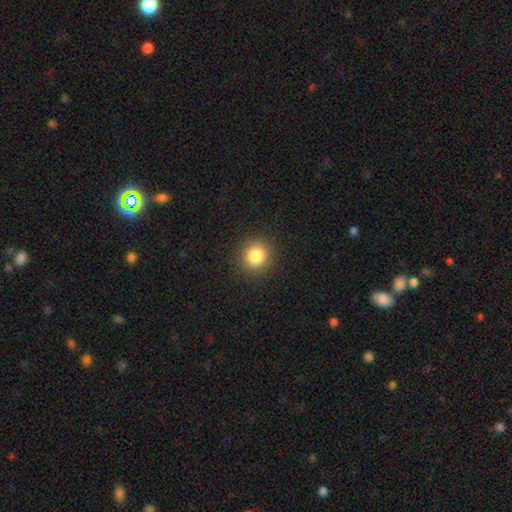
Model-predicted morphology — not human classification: smooth-or-featured: smooth: 84% | star or artifact: 11% | featured or disk: 5%
  how-rounded: round: 87% | in between: 12% | cigar-shaped: 1%
  merging: none: 91% | minor disturbance: 6% | major disturbance: 2% | merger: 1%